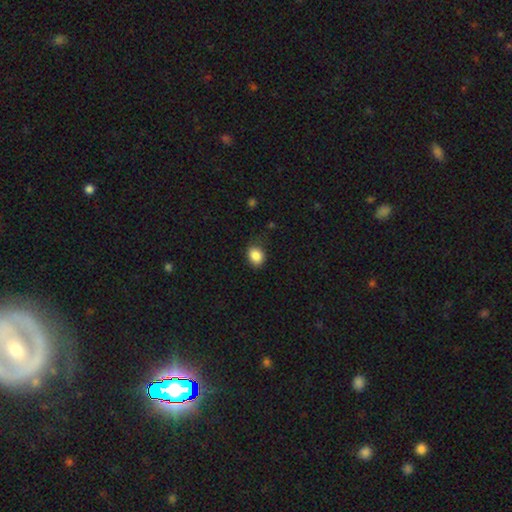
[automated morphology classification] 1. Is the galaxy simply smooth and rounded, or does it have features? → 87% smooth, 9% star or artifact, 4% featured or disk.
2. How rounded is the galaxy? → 53% in between, 46% round, 1% cigar-shaped.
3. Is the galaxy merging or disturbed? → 81% none, 15% minor disturbance, 3% major disturbance, 1% merger.